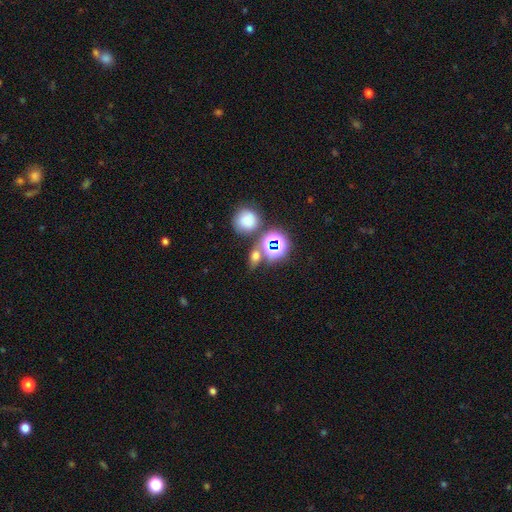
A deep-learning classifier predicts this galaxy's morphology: smooth-or-featured: smooth: 56% | star or artifact: 34% | featured or disk: 10%
  how-rounded: round: 50% | in between: 45% | cigar-shaped: 5%
  merging: none: 66% | merger: 18% | minor disturbance: 11% | major disturbance: 5%